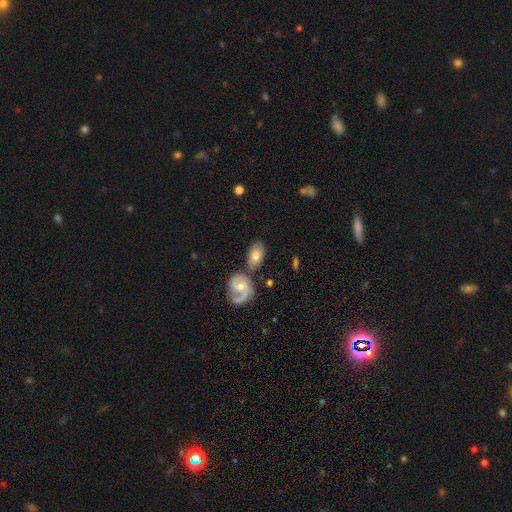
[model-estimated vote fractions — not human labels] This appears to be a smooth galaxy with no disk features (61%) that is in between round and cigar-shaped (88%). Merging: none (60%).